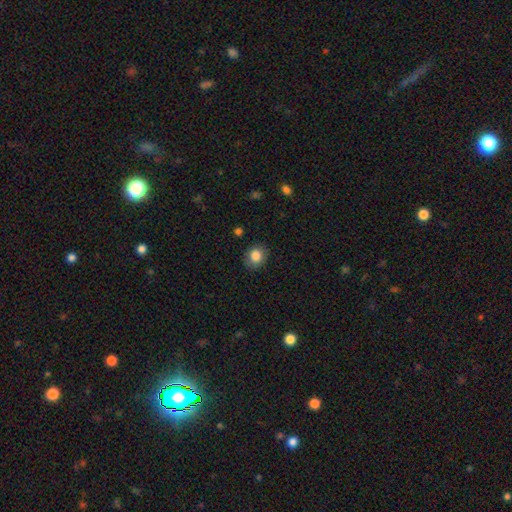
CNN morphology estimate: Smooth or featured? Predicted: smooth (p=0.84). How rounded? Predicted: round (p=0.69). Merging? Predicted: none (p=0.84).